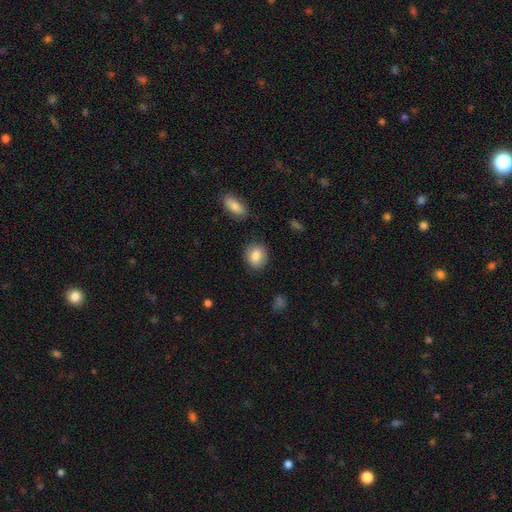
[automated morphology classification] smooth-or-featured: smooth: 84% | featured or disk: 8% | star or artifact: 8%
  how-rounded: round: 61% | in between: 37% | cigar-shaped: 1%
  merging: none: 84% | minor disturbance: 11% | major disturbance: 3% | merger: 2%